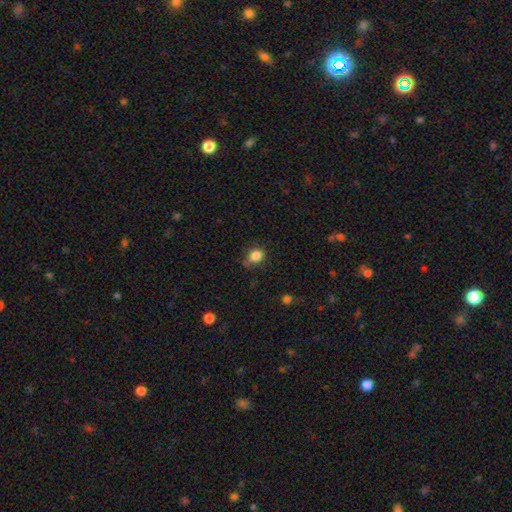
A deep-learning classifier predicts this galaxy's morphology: type=smooth (84%); roundness=round (53%); merging=none (56%).